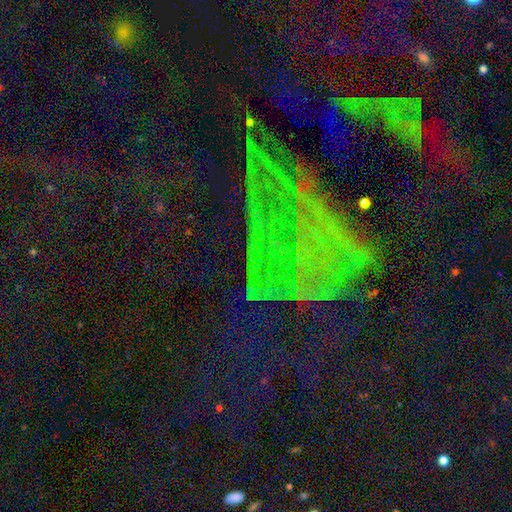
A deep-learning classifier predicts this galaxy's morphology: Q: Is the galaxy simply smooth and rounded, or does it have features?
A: star or artifact — 76%.